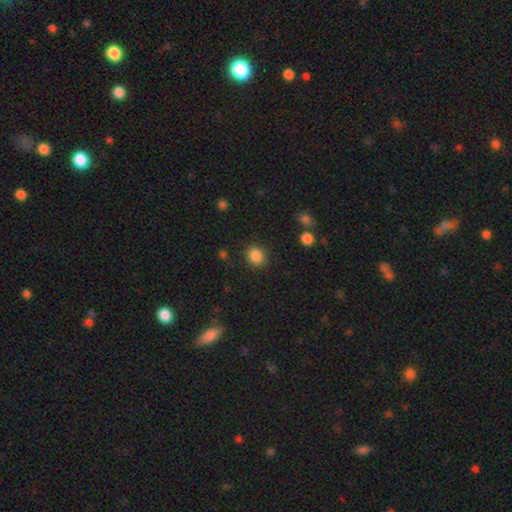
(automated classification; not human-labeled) This appears to be a smooth galaxy with no disk features (86%) that is round (66%). Merging: none (86%).